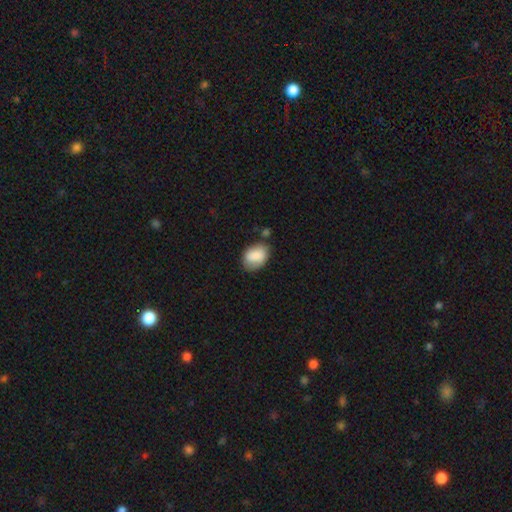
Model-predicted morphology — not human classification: smooth 84%, featured or disk 9%, star or artifact 7%. Down the decision tree: how rounded — in between (77%); merging — none (58%).